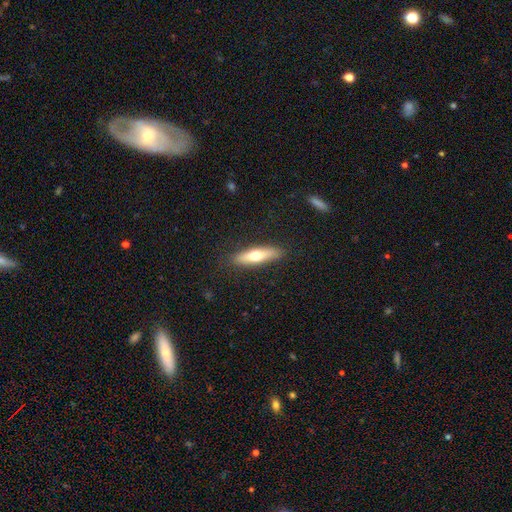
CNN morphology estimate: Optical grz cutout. It shows a smooth galaxy with no disk features (58%) that is cigar-shaped (68%). Merging: none (88%).